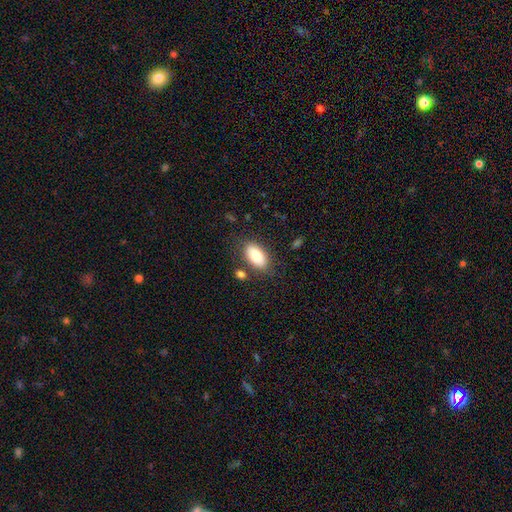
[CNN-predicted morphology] A smooth galaxy with no disk features (82%) that is in between round and cigar-shaped (92%). Merging: none (78%).